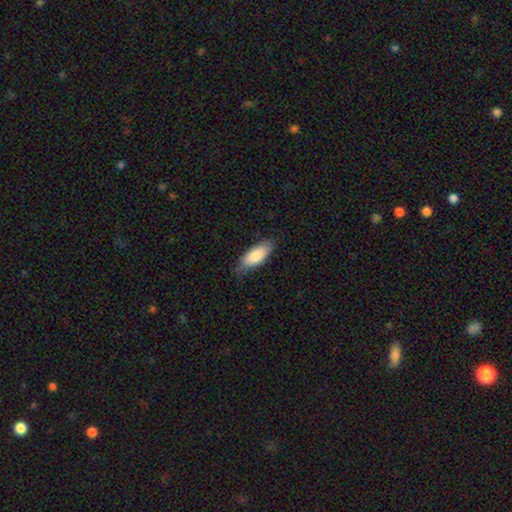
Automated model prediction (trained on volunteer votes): Morphology: type=smooth (84%); roundness=in between (79%); merging=none (72%).